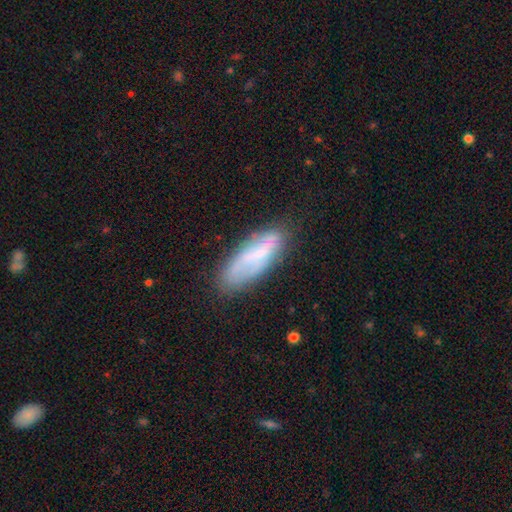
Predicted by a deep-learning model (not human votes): The model was most divided on "how rounded": in between: 53%, cigar-shaped: 44%, round: 2%. More confident: merging — none (68%); smooth or featured — smooth (51%).